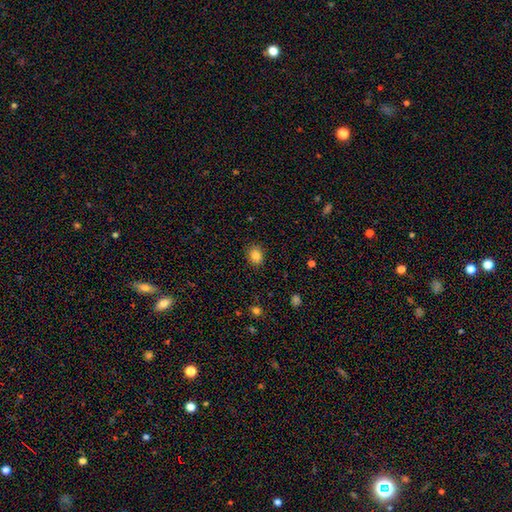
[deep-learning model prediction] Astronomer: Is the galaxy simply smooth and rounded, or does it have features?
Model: smooth — 84%.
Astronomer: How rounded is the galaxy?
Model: round — 60% (runner-up: in between, 39%).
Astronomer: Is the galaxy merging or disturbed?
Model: none — 89%.